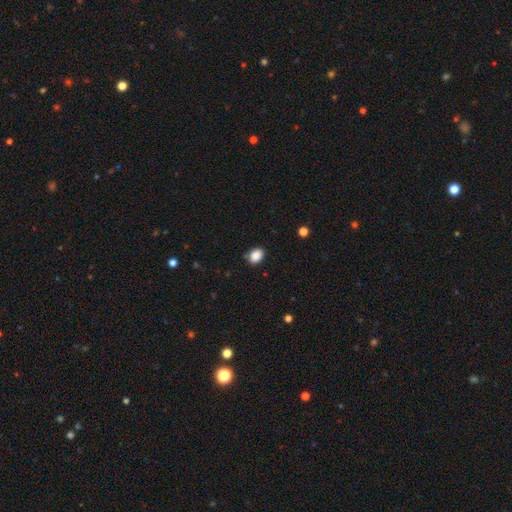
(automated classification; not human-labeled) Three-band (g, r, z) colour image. It shows a smooth galaxy with no disk features (88%) that is in between round and cigar-shaped (69%). Merging: none (81%).